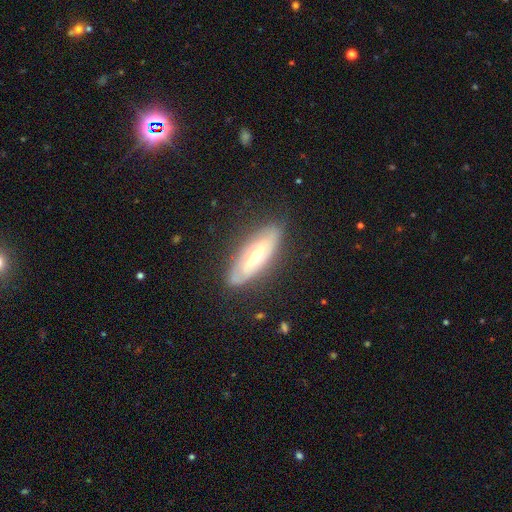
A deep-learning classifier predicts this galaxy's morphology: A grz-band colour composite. It shows a featured or disk galaxy (61%) viewed edge-on (52%). Merging: none (81%).